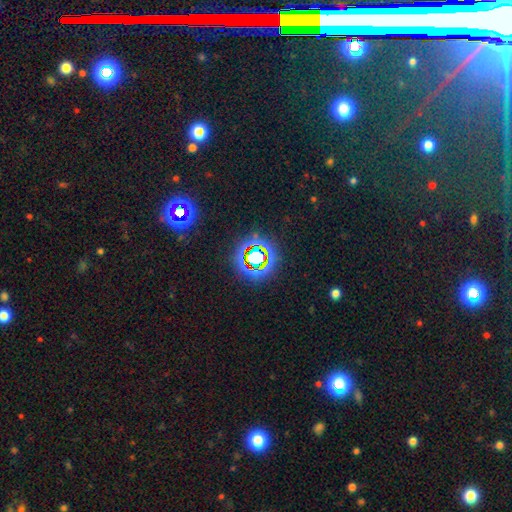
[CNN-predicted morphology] smooth-or-featured: star or artifact: 74% | smooth: 17% | featured or disk: 9%